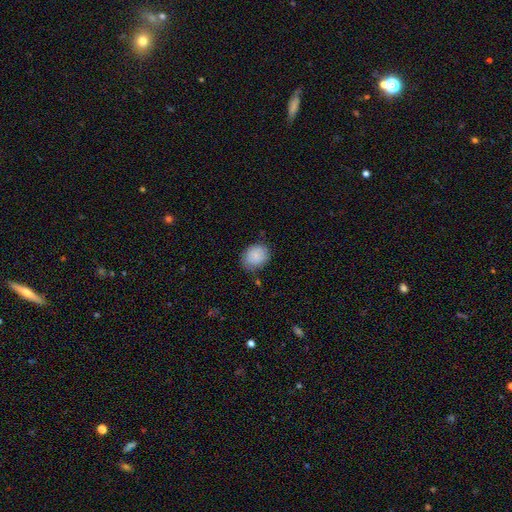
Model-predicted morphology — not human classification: smooth-or-featured: smooth: 74% | featured or disk: 18% | star or artifact: 8%
  how-rounded: round: 51% | in between: 48% | cigar-shaped: 1%
  merging: none: 71% | minor disturbance: 22% | major disturbance: 5% | merger: 2%